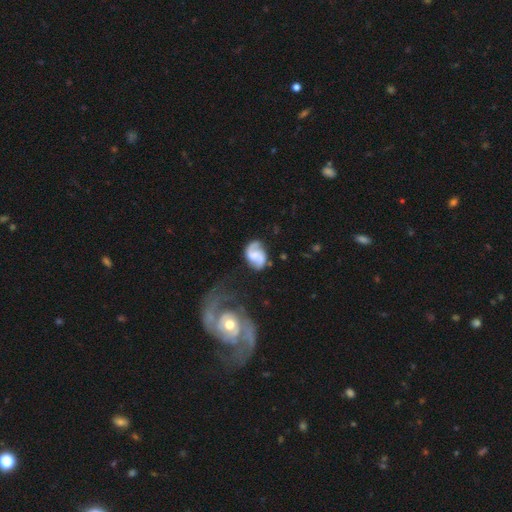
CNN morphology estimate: Overall: featured or disk (74%). Edge-on disk: no (98%). Bar: no (50%; weak 39%). Spiral arms: yes (94%). Spiral arm count: 2 (88%). Spiral winding: medium (46%; loose 30%). Bulge size: none (41%; moderate 23%). Merging: none (64%).